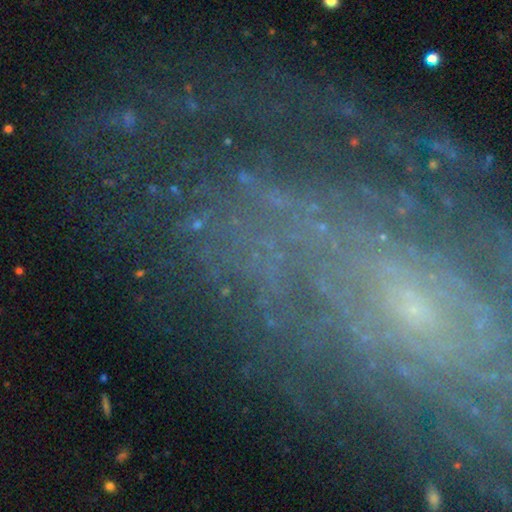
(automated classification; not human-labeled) Smooth or featured? Predicted: featured or disk (p=0.77). Edge-on disk? Predicted: no (p=0.96). Bar? Predicted: no (p=0.55). Spiral arms? Predicted: yes (p=0.90). Spiral winding? Predicted: tight (p=0.65). Spiral arm count? Predicted: can't tell (p=0.40). Bulge size? Predicted: small (p=0.76). Merging? Predicted: none (p=0.68).